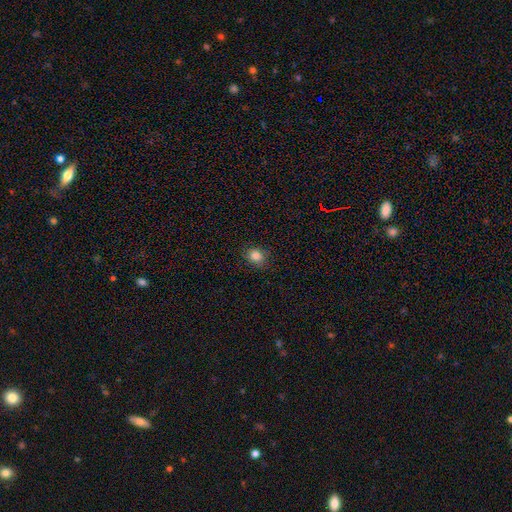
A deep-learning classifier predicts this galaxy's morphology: smooth 84%, star or artifact 11%, featured or disk 5%. Down the decision tree: how rounded — round (71%); merging — none (85%).